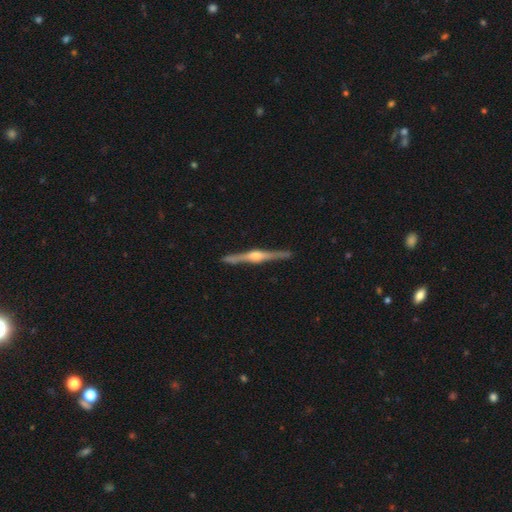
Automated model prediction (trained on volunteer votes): smooth_or_featured: featured or disk (p=0.87) [alt: smooth p=0.09]
disk_edge_on: yes (p=0.99) [alt: no p=0.01]
edge_on_bulge: rounded (p=0.87) [alt: boxy p=0.08]
merging: none (p=0.92) [alt: minor disturbance p=0.06]